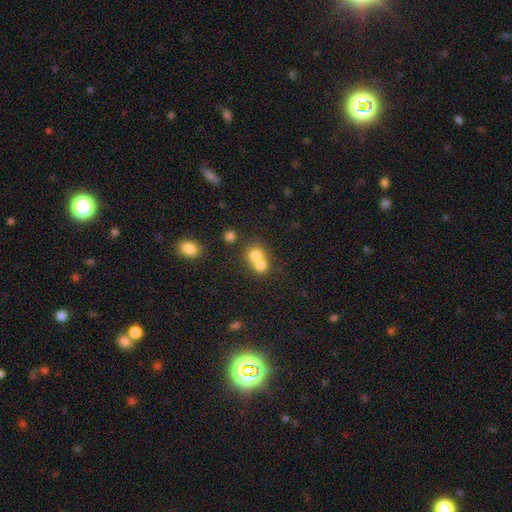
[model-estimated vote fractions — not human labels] Smooth or featured?
  - smooth: 75% *
  - featured or disk: 14%
  - star or artifact: 12%
How rounded?
  - round: 80% *
  - in between: 19%
  - cigar-shaped: 1%
Merging?
  - merger: 63% *
  - none: 30%
  - minor disturbance: 4%
  - major disturbance: 2%